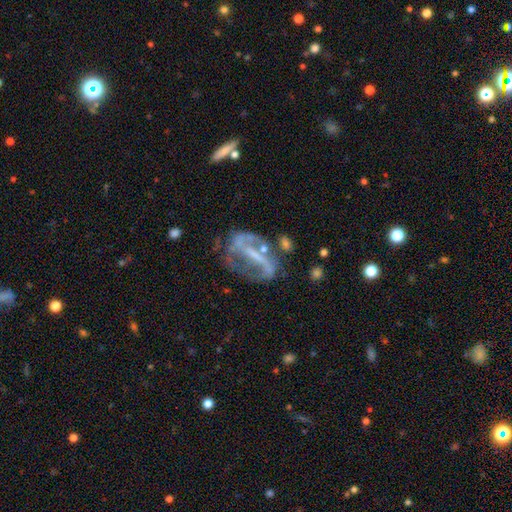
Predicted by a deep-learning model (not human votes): This appears to be a featured or disk galaxy (77%) with a strong bar (56%), spiral arms (64%) and a small central bulge (40%, tied with none). Merging: none (42%).